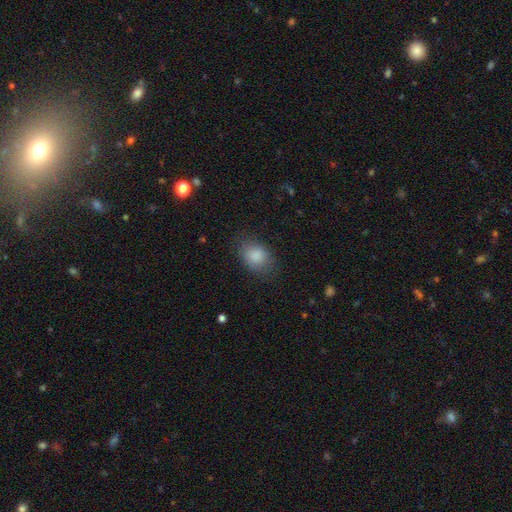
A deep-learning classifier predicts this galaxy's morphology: type=smooth (86%); roundness=in between (70%); merging=none (75%).